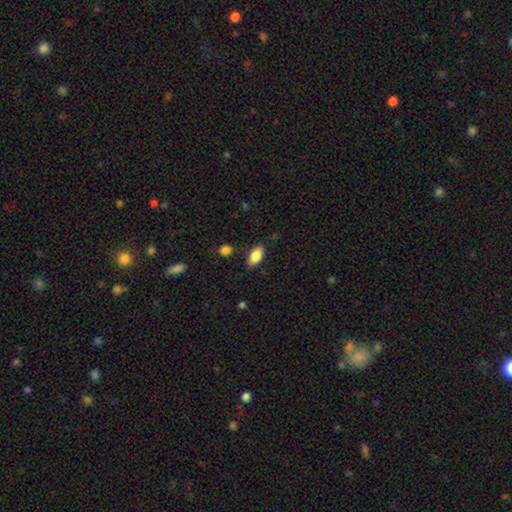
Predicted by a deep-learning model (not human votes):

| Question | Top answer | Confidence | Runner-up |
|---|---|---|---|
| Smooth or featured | smooth | 86% | star or artifact (7%) |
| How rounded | in between | 91% | cigar-shaped (5%) |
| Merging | none | 84% | minor disturbance (12%) |